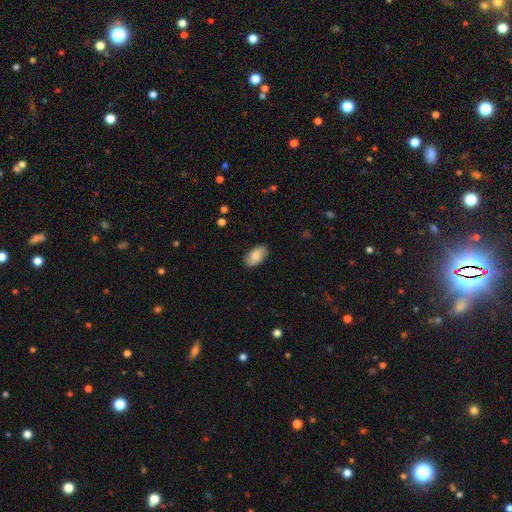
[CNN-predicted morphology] The model was most divided on "smooth or featured": smooth: 84%, featured or disk: 10%, star or artifact: 6%. More confident: how rounded — in between (95%); merging — none (86%).